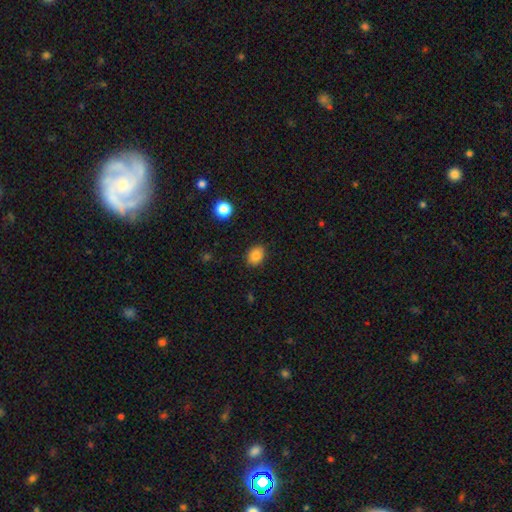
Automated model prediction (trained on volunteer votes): This is clearly a smooth galaxy (85%). How rounded: possibly in between (60%). Merging: clearly none (86%).